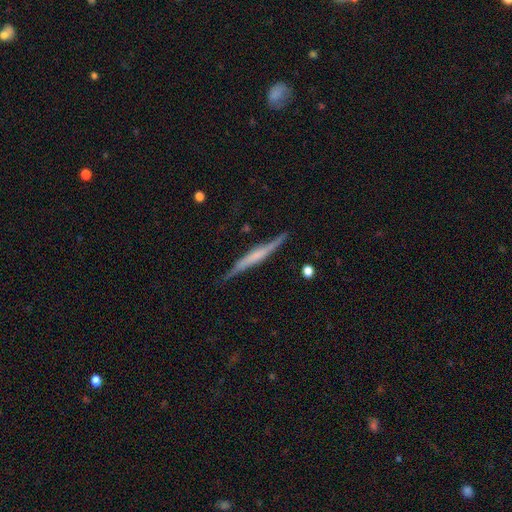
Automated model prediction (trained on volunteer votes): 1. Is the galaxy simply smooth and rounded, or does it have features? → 65% featured or disk, 29% smooth, 6% star or artifact.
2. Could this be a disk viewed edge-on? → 94% yes, 6% no.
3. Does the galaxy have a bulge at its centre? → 44% none, 29% rounded, 28% boxy.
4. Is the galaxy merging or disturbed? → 77% none, 17% minor disturbance, 4% major disturbance, 2% merger.